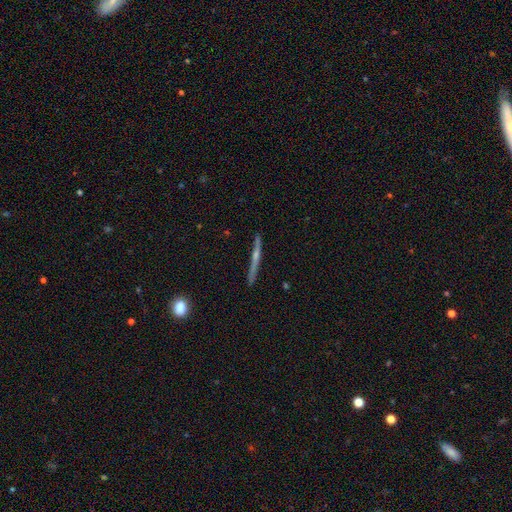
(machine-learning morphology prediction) type=featured or disk (54%); edge-on=yes (88%); merging=none (83%).